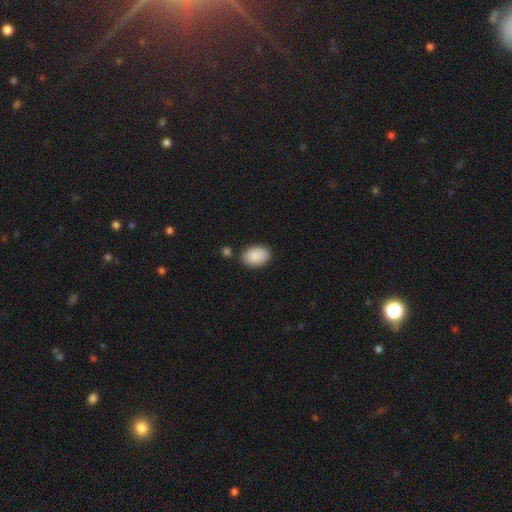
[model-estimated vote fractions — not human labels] Q: Smooth or featured?
A: smooth (90%); runner-up: star or artifact (6%)
Q: How rounded?
A: in between (88%); runner-up: round (11%)
Q: Merging?
A: none (83%); runner-up: minor disturbance (11%)